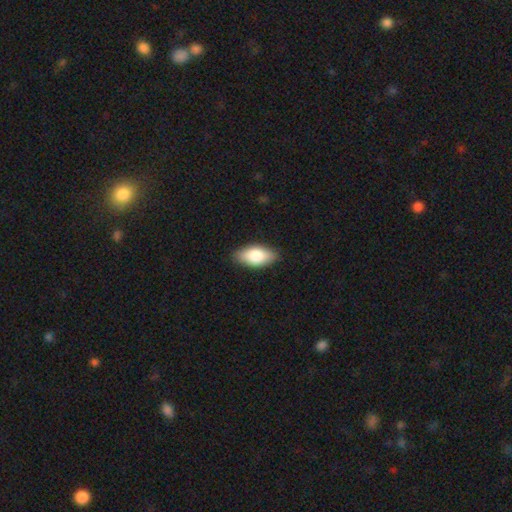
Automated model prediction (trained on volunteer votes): Smooth or featured?
  - smooth: 81% *
  - featured or disk: 13%
  - star or artifact: 6%
How rounded?
  - in between: 90% *
  - cigar-shaped: 7%
  - round: 3%
Merging?
  - none: 86% *
  - minor disturbance: 11%
  - major disturbance: 2%
  - merger: 1%